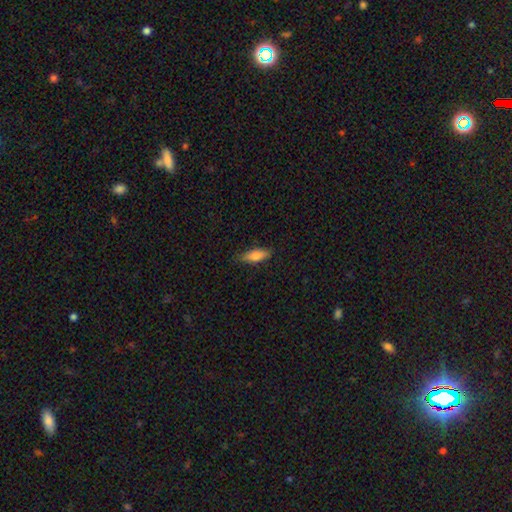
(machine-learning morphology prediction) This is likely a smooth galaxy (77%). How rounded: possibly in between (58%). Merging: clearly none (83%).